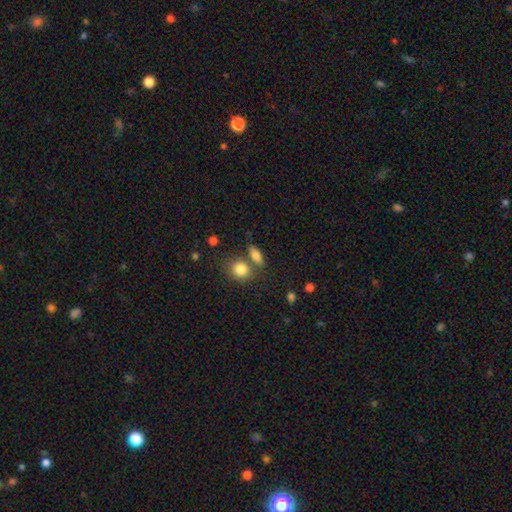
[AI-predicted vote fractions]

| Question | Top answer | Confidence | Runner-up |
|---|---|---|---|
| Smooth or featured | smooth | 79% | featured or disk (12%) |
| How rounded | in between | 66% | cigar-shaped (18%) |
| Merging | none | 63% | merger (20%) |